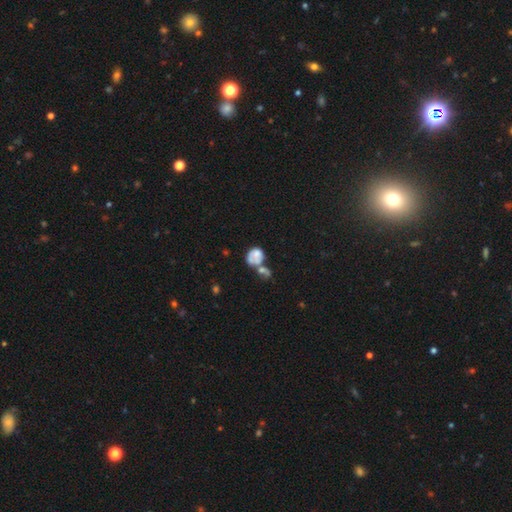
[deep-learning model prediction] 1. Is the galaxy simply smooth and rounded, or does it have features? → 51% smooth, 39% featured or disk, 10% star or artifact.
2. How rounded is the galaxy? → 54% in between, 45% round, 1% cigar-shaped.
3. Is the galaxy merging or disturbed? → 58% merger, 16% major disturbance, 15% none, 11% minor disturbance.